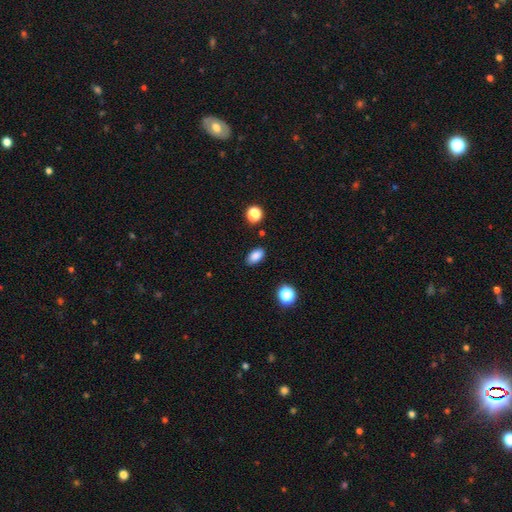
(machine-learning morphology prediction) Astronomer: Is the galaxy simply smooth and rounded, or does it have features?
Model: smooth — 85%.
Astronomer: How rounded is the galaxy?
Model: in between — 89%.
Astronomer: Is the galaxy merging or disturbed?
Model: none — 86%.